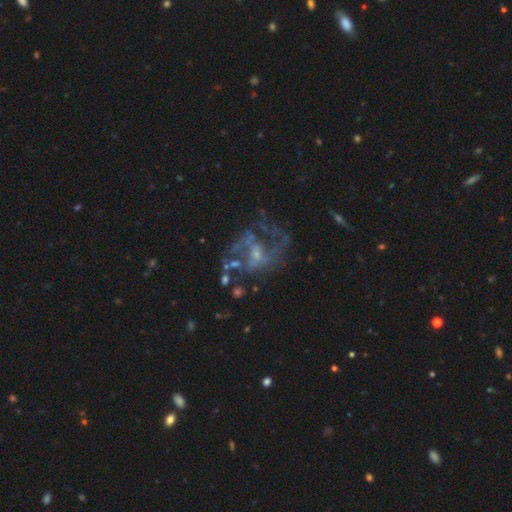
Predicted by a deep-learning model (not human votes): This appears to be a featured or disk galaxy (79%) with no bar (48%), 2 (42%) medium (43%) spiral arms (76%) and a small central bulge (55%). Merging: none (48%).